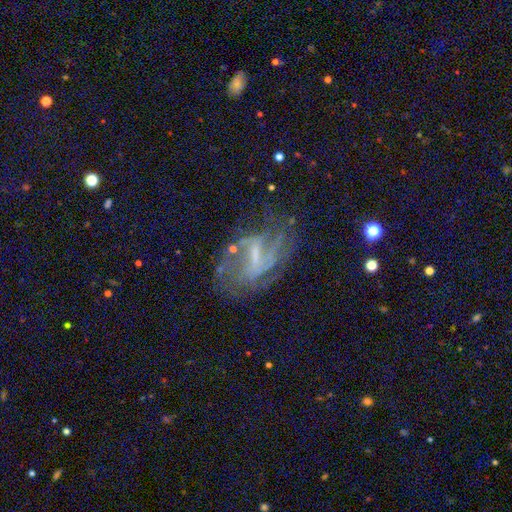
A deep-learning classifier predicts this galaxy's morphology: This is likely a featured or disk galaxy (76%). It is clearly not viewed edge-on (95%). Bar: marginally weak (43%). Spiral arm pattern: clearly yes (84%). Spiral arm count: marginally 2 (40%). Spiral winding: marginally medium (43%). Central bulge: possibly small (45%). Merging: possibly none (54%).